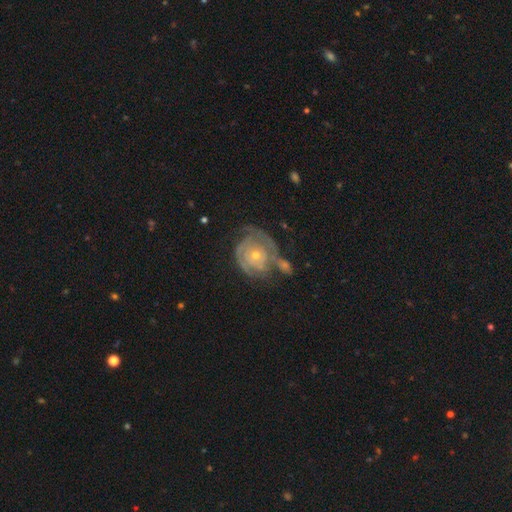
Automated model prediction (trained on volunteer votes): Smooth or featured: featured or disk — 85% (smooth — 9%)
Edge-on disk: no — 97% (yes — 3%)
Bar: no — 82% (weak — 14%)
Spiral arms: yes — 93% (no — 7%)
Spiral winding: tight — 77% (medium — 18%)
Spiral arm count: 2 — 35% (can't tell — 31%)
Bulge size: small — 55% (moderate — 42%)
Merging: none — 47% (merger — 22%)